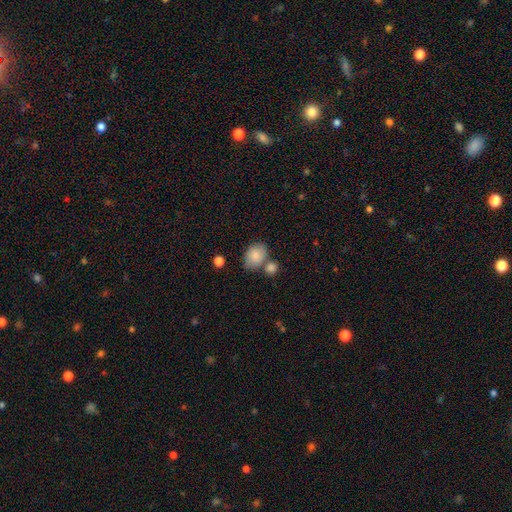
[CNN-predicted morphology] type=smooth (83%); roundness=in between (73%); merging=none (54%).